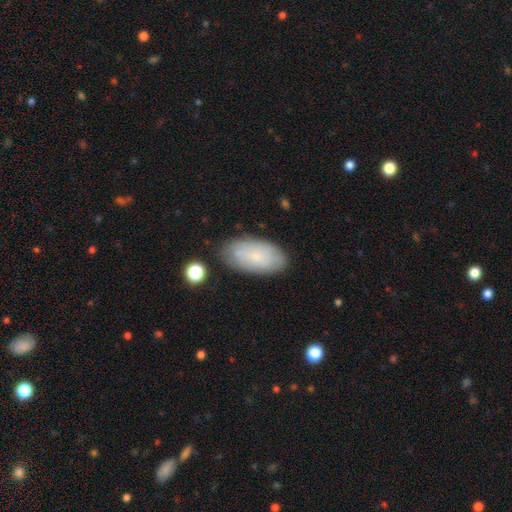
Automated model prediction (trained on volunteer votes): smooth-or-featured: smooth: 70% | featured or disk: 23% | star or artifact: 7%
  how-rounded: in between: 94% | cigar-shaped: 3% | round: 3%
  merging: none: 79% | minor disturbance: 15% | major disturbance: 4% | merger: 2%